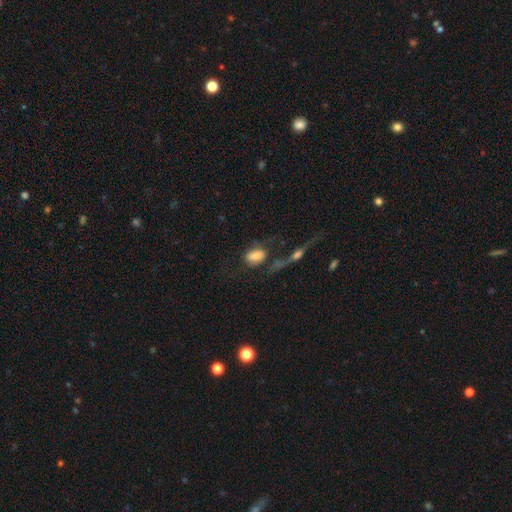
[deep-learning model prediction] This appears to be a smooth galaxy with no disk features (71%) that is in between round and cigar-shaped (86%). Merging: none (34%).